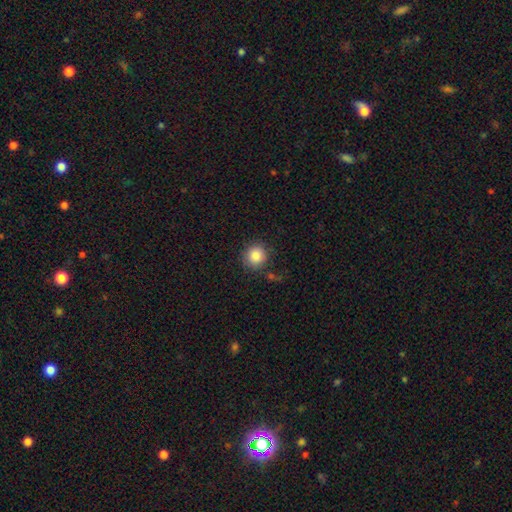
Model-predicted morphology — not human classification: Smooth or featured: smooth — 85% (star or artifact — 10%)
How rounded: round — 91% (in between — 8%)
Merging: none — 82% (minor disturbance — 11%)